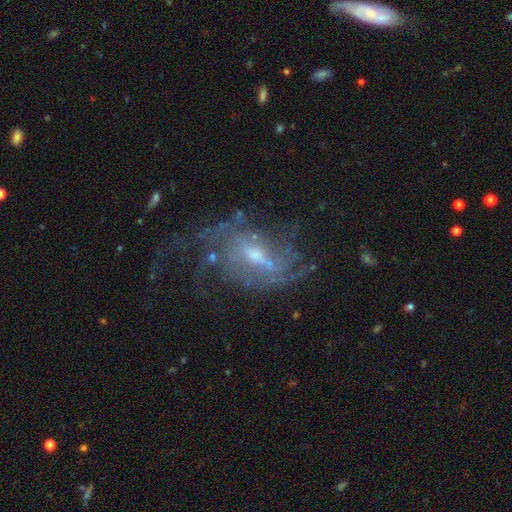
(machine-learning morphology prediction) featured or disk 81%, smooth 10%, star or artifact 10%. Down the decision tree: edge-on disk — no (95%); bar — weak (52%); spiral arms — yes (83%); spiral arm count — can't tell (34%); spiral winding — loose (45%); bulge size — small (46%); merging — none (48%).